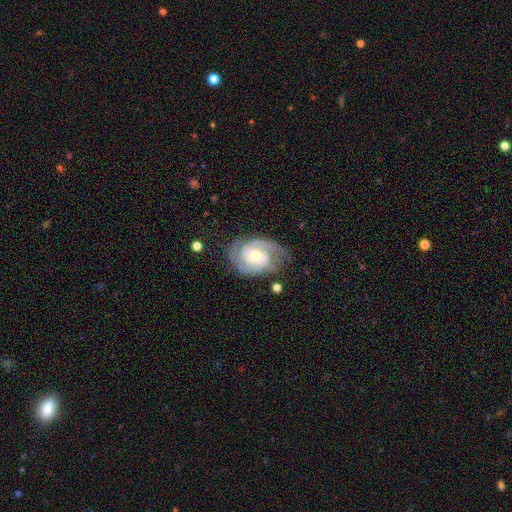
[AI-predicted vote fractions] smooth_or_featured: featured or disk (p=0.85) [alt: smooth p=0.10]
disk_edge_on: no (p=0.97) [alt: yes p=0.03]
bar: no (p=0.56) [alt: weak p=0.34]
has_spiral_arms: yes (p=0.96) [alt: no p=0.04]
spiral_winding: tight (p=0.51) [alt: medium p=0.40]
spiral_arm_count: 2 (p=0.71) [alt: can't tell p=0.11]
bulge_size: moderate (p=0.52) [alt: small p=0.42]
merging: none (p=0.67) [alt: minor disturbance p=0.21]